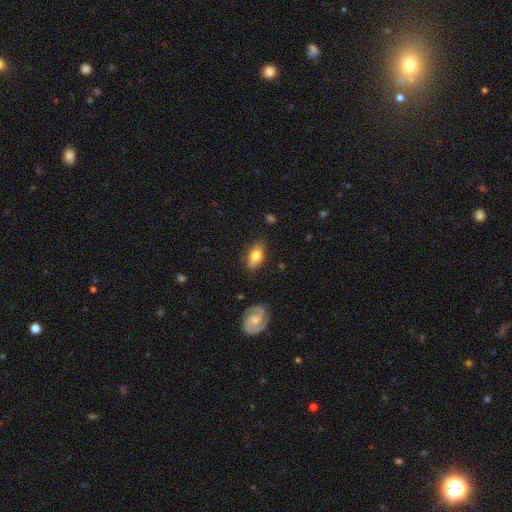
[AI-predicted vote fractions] Smooth or featured? smooth (72%)
How rounded? in between (87%)
Merging? none (80%)